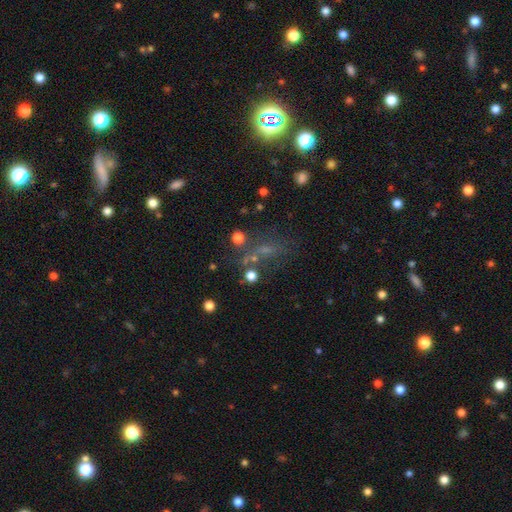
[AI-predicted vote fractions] Overall: star or artifact (47%; smooth 34%).